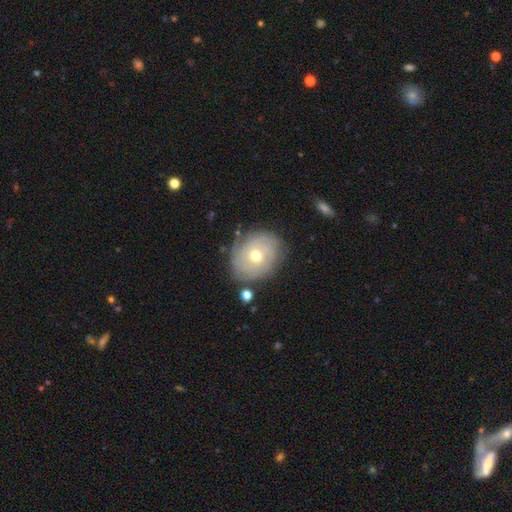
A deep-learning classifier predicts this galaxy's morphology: Smooth or featured? featured or disk (73%)
Edge-on disk? no (97%)
Bar? no (78%)
Spiral arms? yes (87%)
Spiral winding? tight (77%)
Spiral arm count? can't tell (41%)
Bulge size? moderate (64%)
Merging? none (79%)